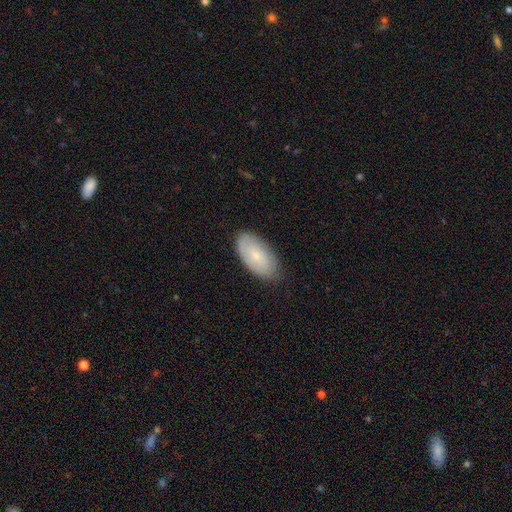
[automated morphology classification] This is likely a smooth galaxy (65%). How rounded: clearly in between (94%). Merging: likely none (78%).